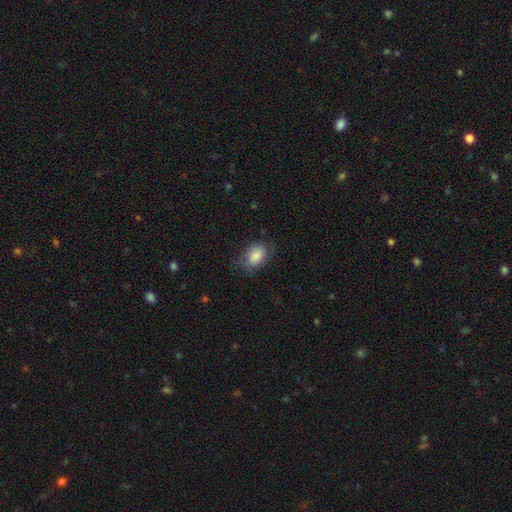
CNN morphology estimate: This appears to be a smooth galaxy with no disk features (82%) that is in between round and cigar-shaped (83%). Merging: none (64%).